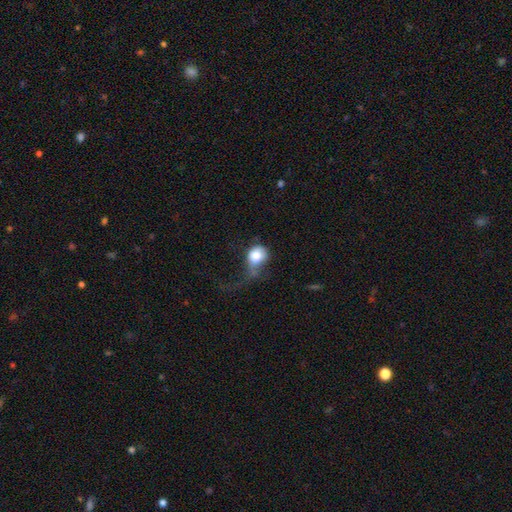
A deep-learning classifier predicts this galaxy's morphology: A smooth galaxy with no disk features (74%) that is round (61%). Merging: major disturbance (55%).